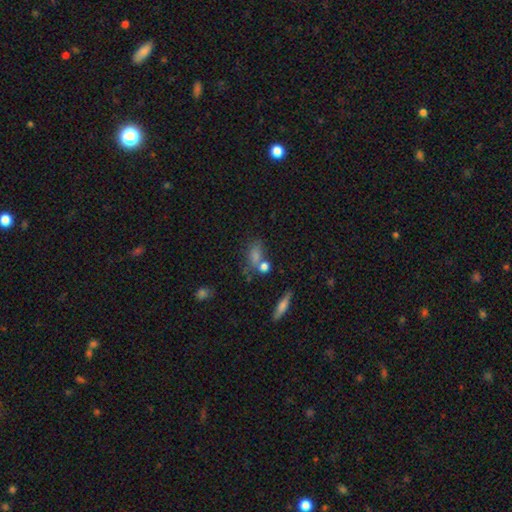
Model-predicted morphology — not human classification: A smooth galaxy with no disk features (63%) that is in between round and cigar-shaped (66%).

Vote fractions:
- Smooth or featured? smooth: 63% / star or artifact: 19% / featured or disk: 18%
- How rounded? in between: 66% / round: 22% / cigar-shaped: 12%
- Merging? none: 53% / merger: 22% / minor disturbance: 16% / major disturbance: 8%